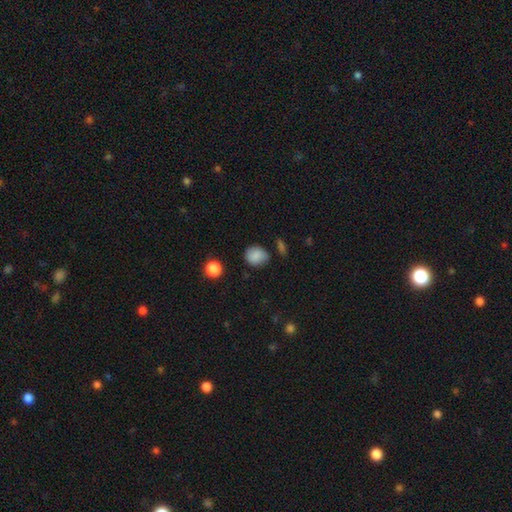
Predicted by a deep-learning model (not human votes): This is clearly a smooth galaxy (86%). How rounded: likely round (69%). Merging: likely none (73%).